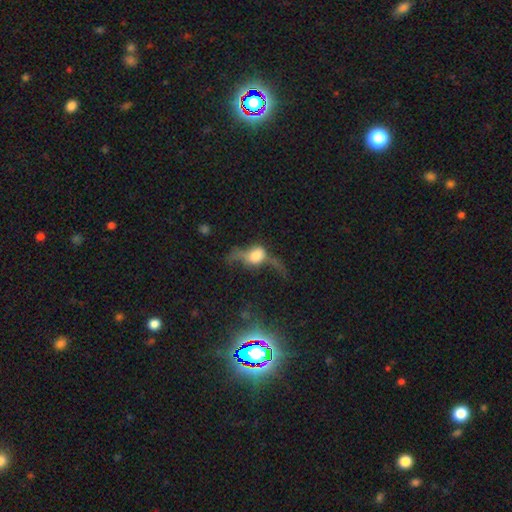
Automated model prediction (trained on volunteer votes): A featured or disk galaxy (48%). Merging: major disturbance (51%).